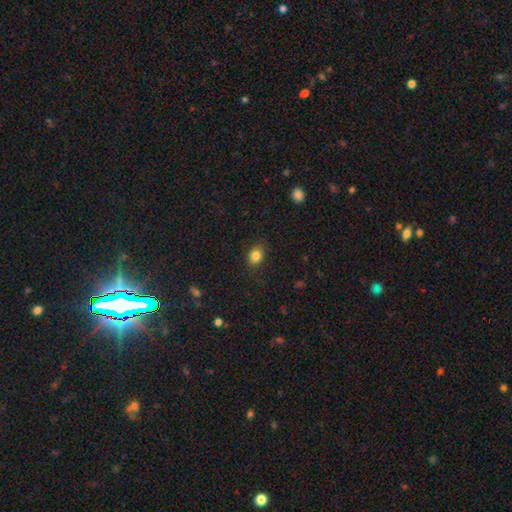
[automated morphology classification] Smooth or featured?
  - smooth: 84% *
  - star or artifact: 10%
  - featured or disk: 6%
How rounded?
  - in between: 51% *
  - round: 48%
  - cigar-shaped: 1%
Merging?
  - none: 86% *
  - minor disturbance: 10%
  - major disturbance: 3%
  - merger: 1%